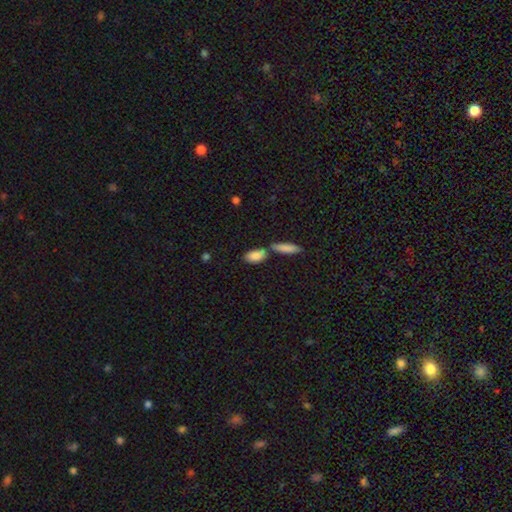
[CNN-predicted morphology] Smooth or featured: smooth — 84% (featured or disk — 9%)
How rounded: in between — 83% (cigar-shaped — 14%)
Merging: none — 52% (merger — 31%)